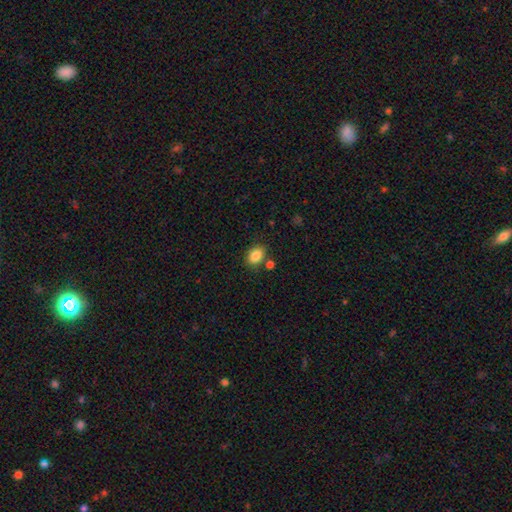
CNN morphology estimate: This appears to be a smooth galaxy with no disk features (85%) that is in between round and cigar-shaped (65%). Merging: none (77%).